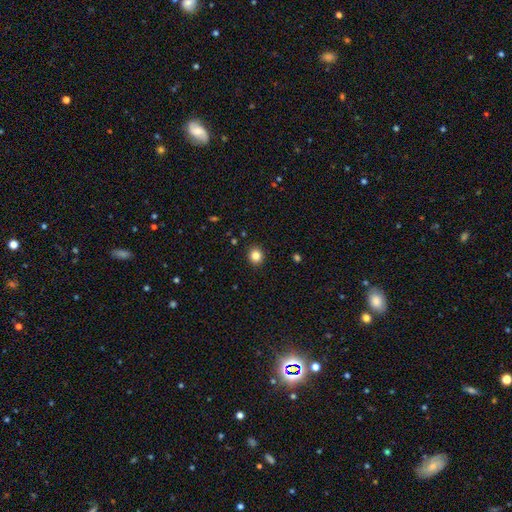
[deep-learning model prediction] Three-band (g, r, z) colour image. It shows a smooth galaxy with no disk features (83%) that is round (82%). Merging: none (91%).